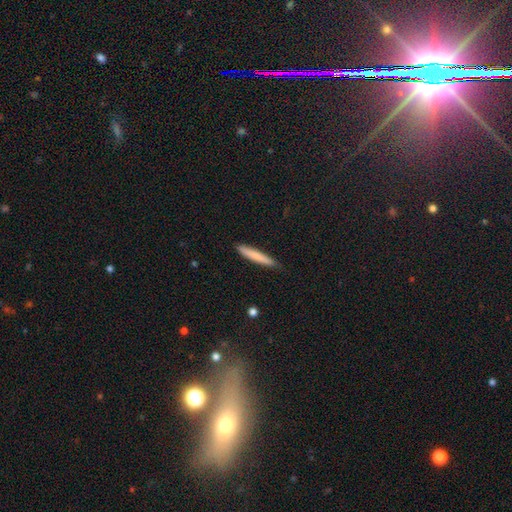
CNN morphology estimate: A smooth galaxy with no disk features (77%) that is cigar-shaped (95%).

Vote fractions:
- Smooth or featured? smooth: 77% / featured or disk: 17% / star or artifact: 6%
- How rounded? cigar-shaped: 95% / in between: 4% / round: 1%
- Merging? none: 87% / minor disturbance: 10% / major disturbance: 2% / merger: 1%